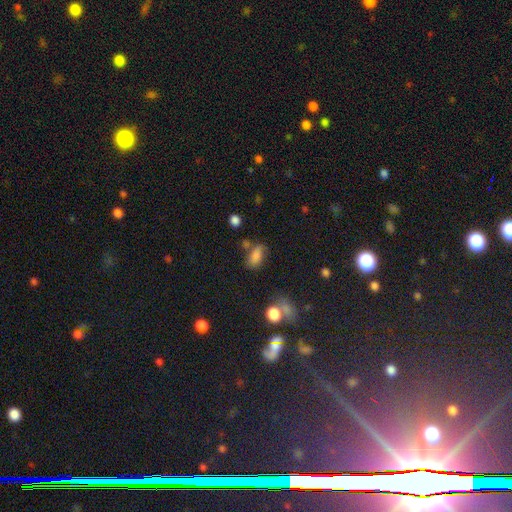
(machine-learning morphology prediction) type=smooth (77%); roundness=in between (86%); merging=none (53%).